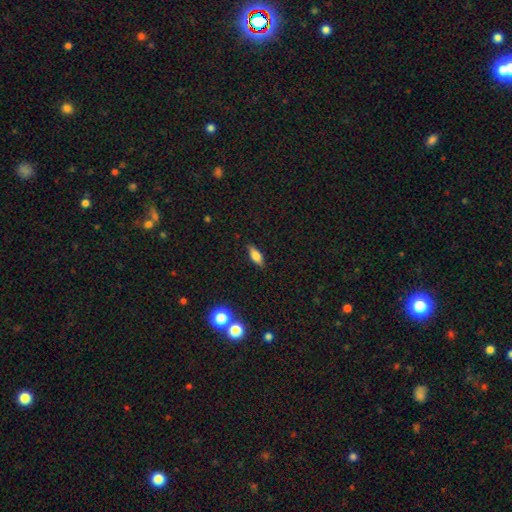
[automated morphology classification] smooth_or_featured: smooth (p=0.71) [alt: featured or disk p=0.20]
how_rounded: in between (p=0.71) [alt: cigar-shaped p=0.26]
merging: none (p=0.86) [alt: minor disturbance p=0.10]